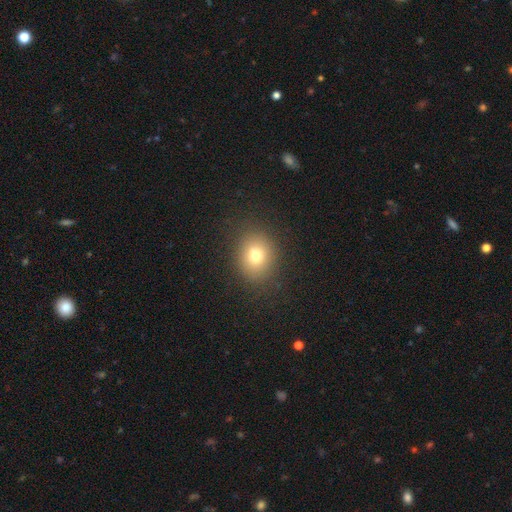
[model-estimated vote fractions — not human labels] The model was most divided on "how rounded": round: 60%, in between: 39%, cigar-shaped: 1%. More confident: merging — none (86%); smooth or featured — smooth (75%).